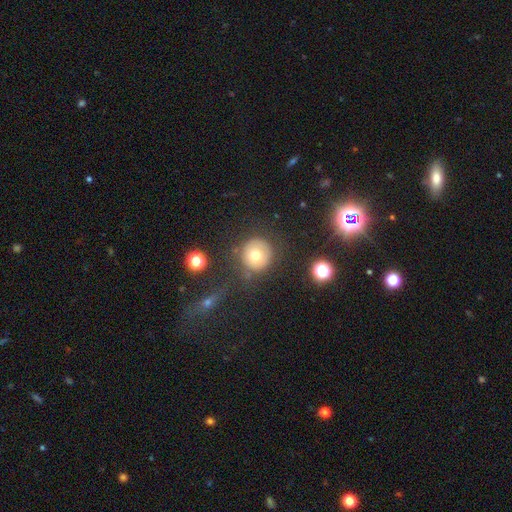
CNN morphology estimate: Q: Smooth or featured?
A: smooth (71%); runner-up: featured or disk (17%)
Q: How rounded?
A: round (93%); runner-up: in between (6%)
Q: Merging?
A: none (76%); runner-up: minor disturbance (12%)